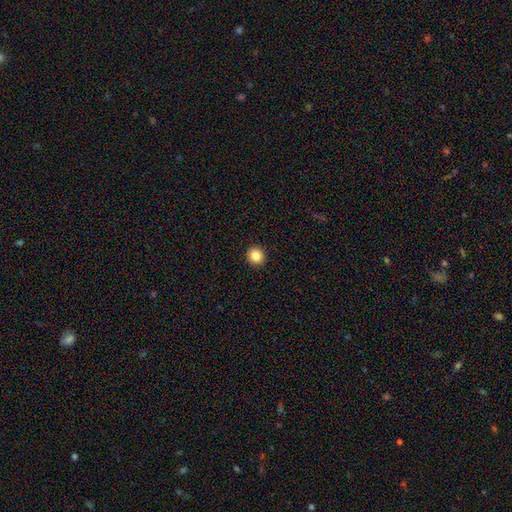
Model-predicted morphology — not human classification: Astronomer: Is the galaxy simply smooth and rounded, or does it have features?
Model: smooth — 85%.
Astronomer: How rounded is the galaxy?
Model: round — 90%.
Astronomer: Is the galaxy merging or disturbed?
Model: none — 94%.